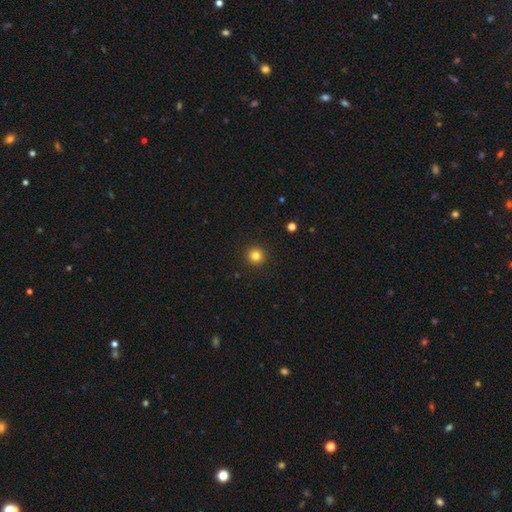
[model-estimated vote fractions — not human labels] Q: Smooth or featured?
A: smooth (82%); runner-up: star or artifact (13%)
Q: How rounded?
A: round (96%); runner-up: in between (3%)
Q: Merging?
A: none (94%); runner-up: minor disturbance (4%)